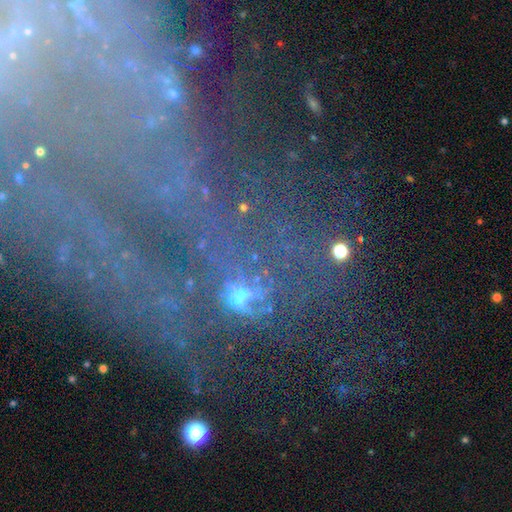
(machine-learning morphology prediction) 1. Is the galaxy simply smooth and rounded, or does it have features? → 43% star or artifact, 40% featured or disk, 17% smooth.